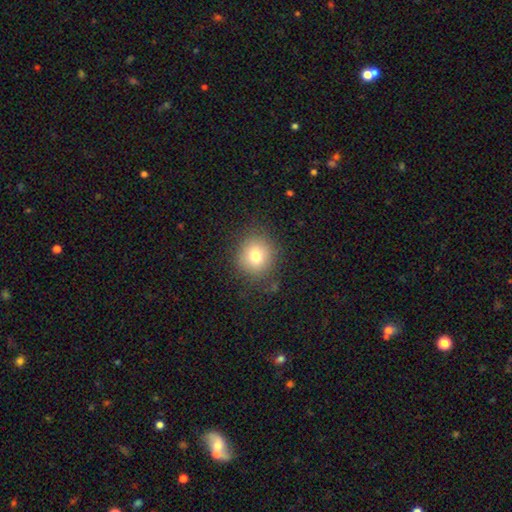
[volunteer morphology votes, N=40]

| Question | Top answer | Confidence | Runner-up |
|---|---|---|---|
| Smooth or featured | smooth | 82% | featured or disk (12%) |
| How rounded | round | 97% | in between (3%) |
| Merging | none | 79% | minor disturbance (13%) |